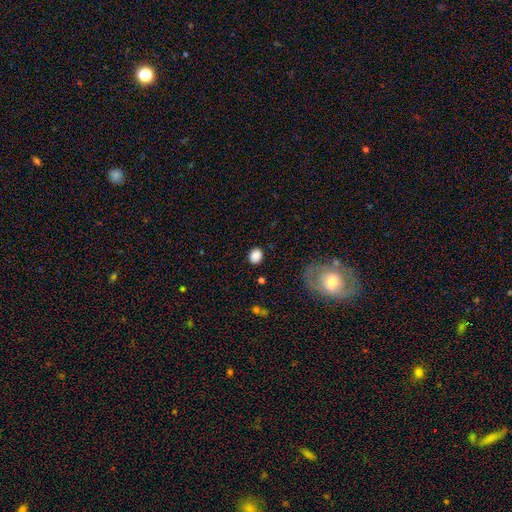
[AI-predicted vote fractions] A smooth galaxy with no disk features (86%) that is round (59%). Merging: none (85%).